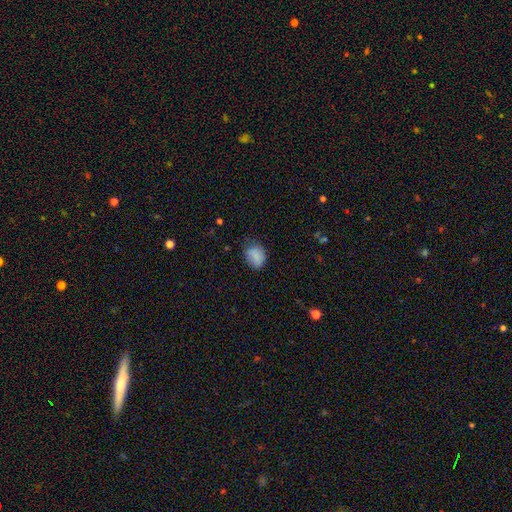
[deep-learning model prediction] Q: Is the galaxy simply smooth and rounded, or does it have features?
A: smooth — 83%.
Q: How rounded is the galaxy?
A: in between — 58%.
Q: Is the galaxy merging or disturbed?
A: none — 63%.